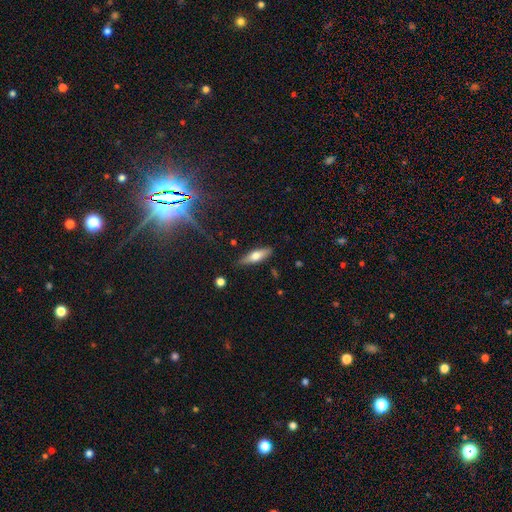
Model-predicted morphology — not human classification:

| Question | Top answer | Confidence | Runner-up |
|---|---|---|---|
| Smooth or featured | smooth | 60% | featured or disk (34%) |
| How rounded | cigar-shaped | 54% | in between (43%) |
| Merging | none | 84% | minor disturbance (12%) |